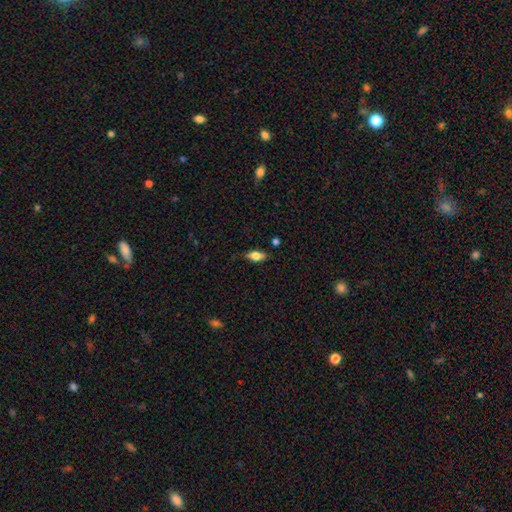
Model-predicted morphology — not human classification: Smooth or featured?
  - smooth: 65% *
  - featured or disk: 27%
  - star or artifact: 8%
How rounded?
  - in between: 81% *
  - cigar-shaped: 15%
  - round: 4%
Merging?
  - none: 77% *
  - minor disturbance: 18%
  - major disturbance: 4%
  - merger: 2%